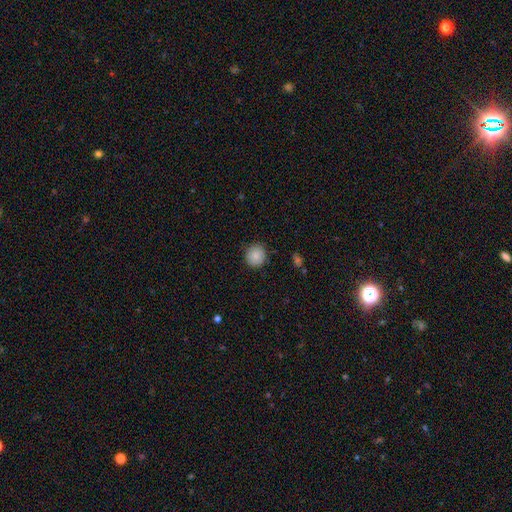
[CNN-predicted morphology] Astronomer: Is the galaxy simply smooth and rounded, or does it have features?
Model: smooth — 86%.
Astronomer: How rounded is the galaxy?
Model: round — 90%.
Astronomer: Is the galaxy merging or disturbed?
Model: none — 88%.